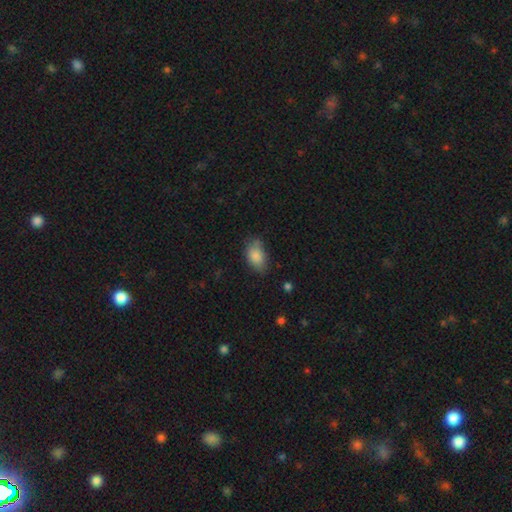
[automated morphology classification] smooth 85%, star or artifact 8%, featured or disk 7%. Down the decision tree: how rounded — in between (90%); merging — none (66%).